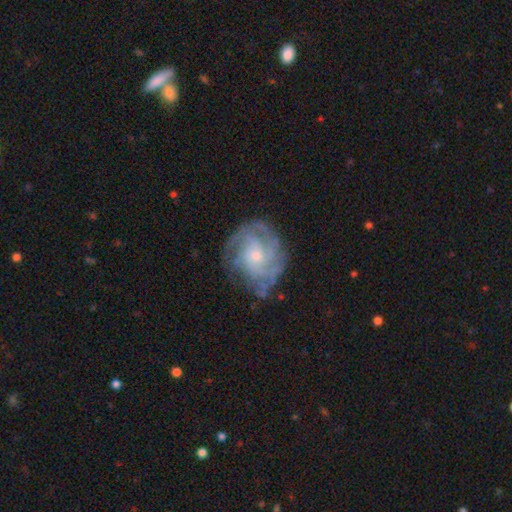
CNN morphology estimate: Q: Smooth or featured?
A: featured or disk (84%); runner-up: smooth (10%)
Q: Edge-on disk?
A: no (98%); runner-up: yes (2%)
Q: Bar?
A: no (73%); runner-up: weak (23%)
Q: Spiral arms?
A: yes (94%); runner-up: no (6%)
Q: Spiral winding?
A: tight (62%); runner-up: medium (31%)
Q: Spiral arm count?
A: can't tell (30%); runner-up: 3 (25%)
Q: Bulge size?
A: small (60%); runner-up: moderate (35%)
Q: Merging?
A: none (71%); runner-up: minor disturbance (19%)